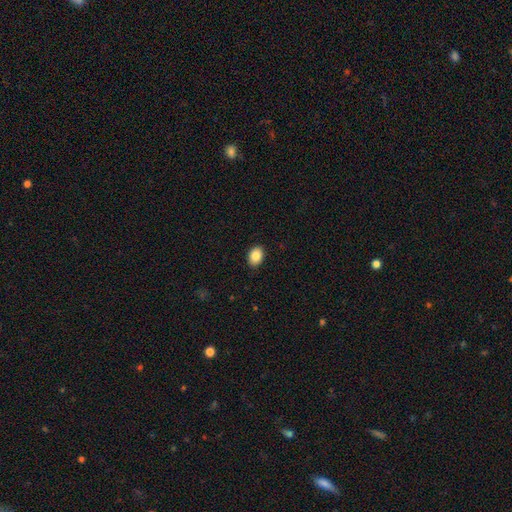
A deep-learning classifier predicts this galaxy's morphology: smooth 86%, star or artifact 8%, featured or disk 6%. Down the decision tree: how rounded — in between (76%); merging — none (90%).